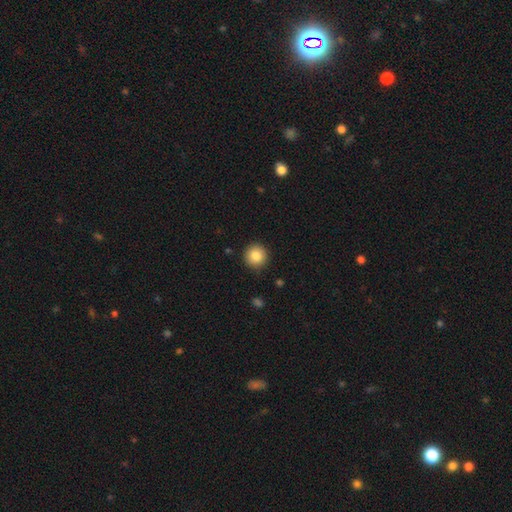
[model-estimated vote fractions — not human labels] Q: Smooth or featured?
A: smooth (86%); runner-up: star or artifact (9%)
Q: How rounded?
A: round (94%); runner-up: in between (5%)
Q: Merging?
A: none (90%); runner-up: minor disturbance (7%)